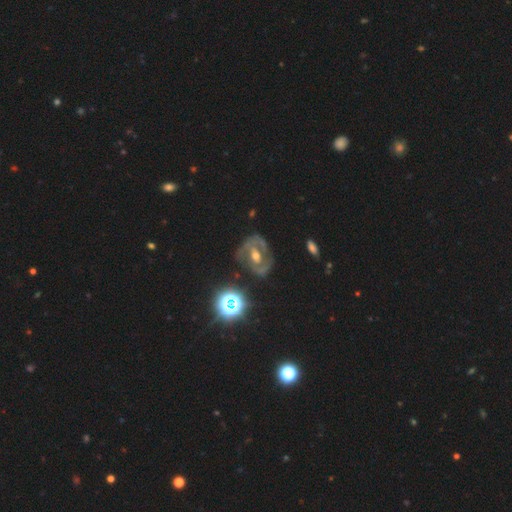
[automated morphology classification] Smooth or featured: featured or disk — 76% (star or artifact — 14%)
Edge-on disk: no — 96% (yes — 4%)
Bar: weak — 41% (no — 32%)
Spiral arms: yes — 78% (no — 22%)
Spiral winding: medium — 44% (tight — 41%)
Spiral arm count: 2 — 58% (can't tell — 22%)
Bulge size: moderate — 63% (small — 30%)
Merging: none — 65% (minor disturbance — 19%)